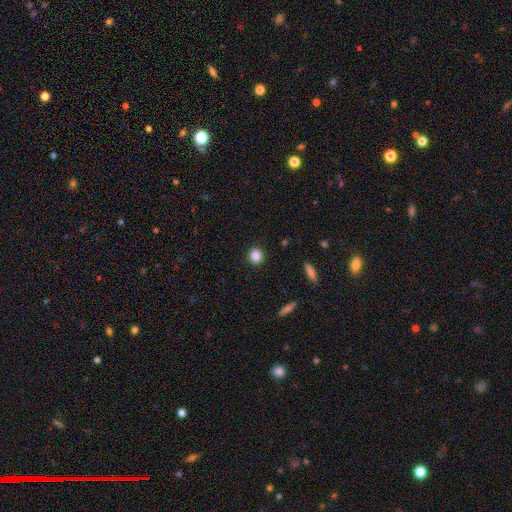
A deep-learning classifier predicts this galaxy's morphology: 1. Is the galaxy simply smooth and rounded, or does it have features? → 86% smooth, 10% star or artifact, 4% featured or disk.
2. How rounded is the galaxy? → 89% round, 9% in between, 1% cigar-shaped.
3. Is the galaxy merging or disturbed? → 91% none, 6% minor disturbance, 2% major disturbance, 1% merger.